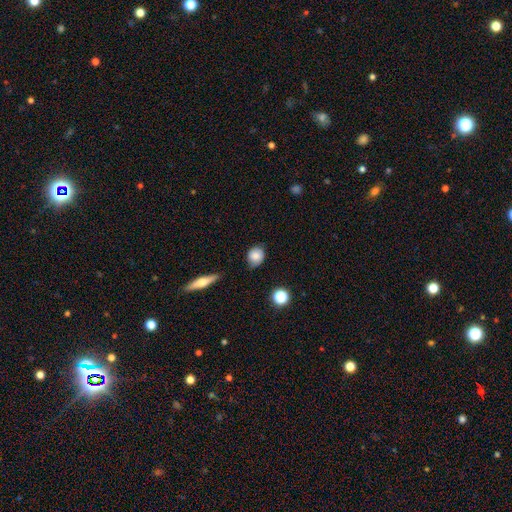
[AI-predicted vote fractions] Smooth or featured?
  - smooth: 77% *
  - featured or disk: 14%
  - star or artifact: 9%
How rounded?
  - round: 68% *
  - in between: 31%
  - cigar-shaped: 2%
Merging?
  - none: 69% *
  - minor disturbance: 24%
  - major disturbance: 5%
  - merger: 2%